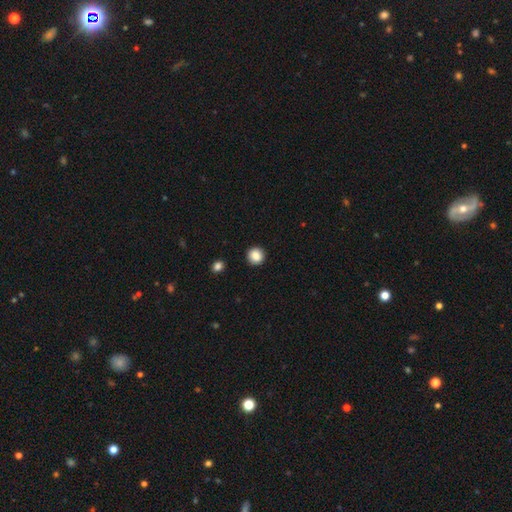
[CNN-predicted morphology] Q: Smooth or featured?
A: smooth (88%); runner-up: star or artifact (9%)
Q: How rounded?
A: round (93%); runner-up: in between (6%)
Q: Merging?
A: none (92%); runner-up: minor disturbance (5%)